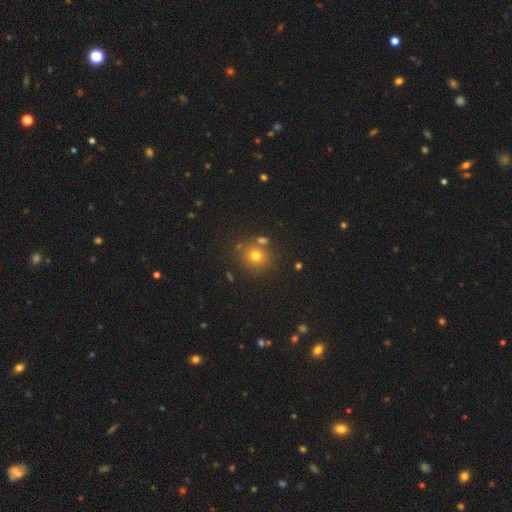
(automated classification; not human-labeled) Smooth or featured? smooth (74%)
How rounded? round (83%)
Merging? none (74%)